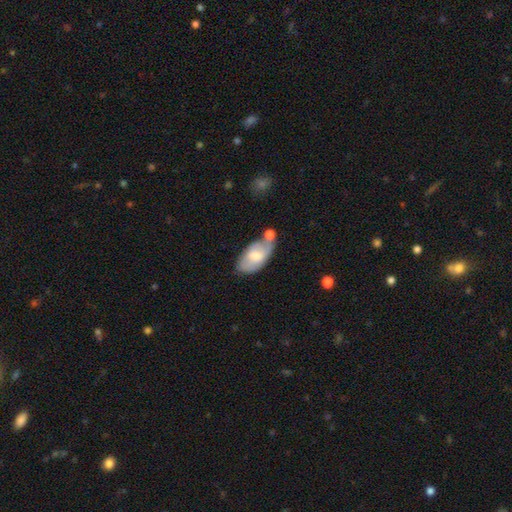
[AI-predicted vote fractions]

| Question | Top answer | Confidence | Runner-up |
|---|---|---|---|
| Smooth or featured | smooth | 65% | featured or disk (29%) |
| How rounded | in between | 94% | cigar-shaped (3%) |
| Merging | none | 43% | merger (26%) |